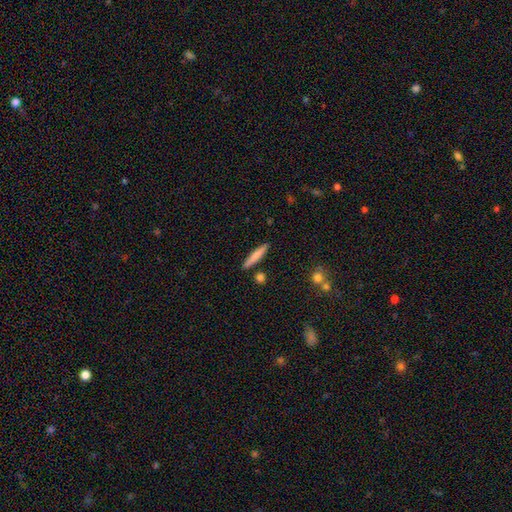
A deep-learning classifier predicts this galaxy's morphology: Q: Smooth or featured?
A: smooth (75%); runner-up: featured or disk (19%)
Q: How rounded?
A: cigar-shaped (92%); runner-up: in between (6%)
Q: Merging?
A: none (87%); runner-up: minor disturbance (7%)